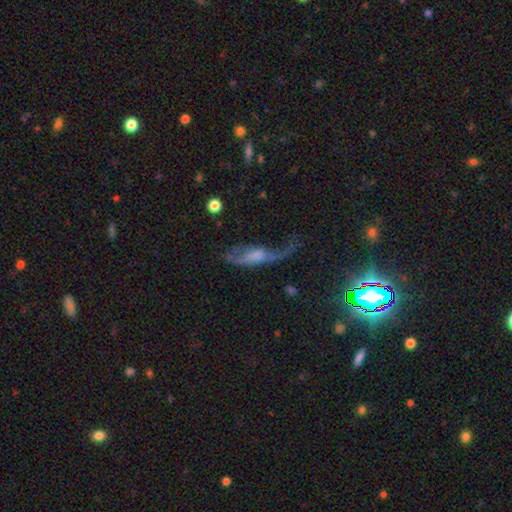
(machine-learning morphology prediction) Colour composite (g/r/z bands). It shows a featured or disk galaxy (57%). Merging: major disturbance (46%).